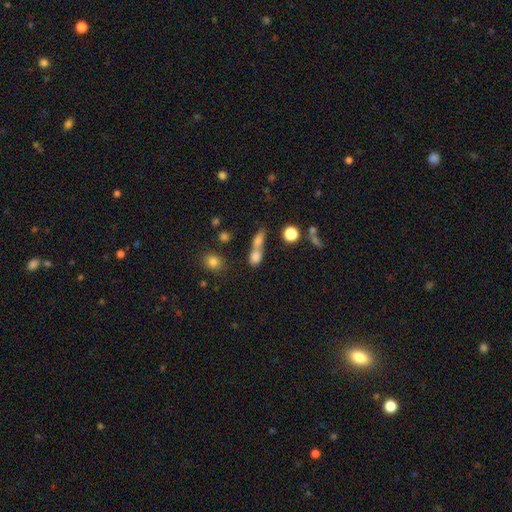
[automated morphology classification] smooth-or-featured: smooth: 74% | star or artifact: 13% | featured or disk: 13%
  how-rounded: in between: 52% | round: 37% | cigar-shaped: 12%
  merging: merger: 60% | none: 26% | minor disturbance: 8% | major disturbance: 6%